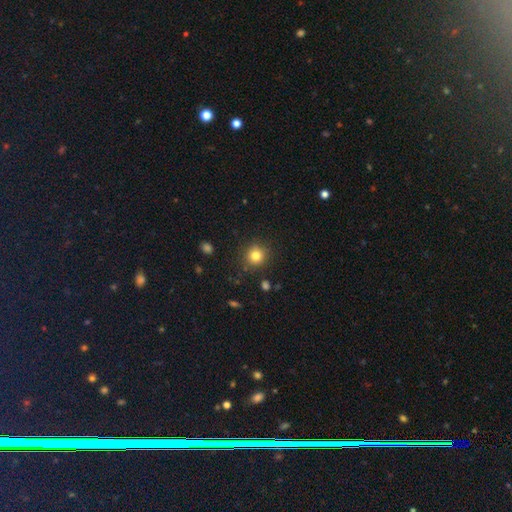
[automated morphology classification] Smooth or featured?
  - smooth: 81% *
  - star or artifact: 12%
  - featured or disk: 7%
How rounded?
  - round: 91% *
  - in between: 8%
  - cigar-shaped: 1%
Merging?
  - none: 87% *
  - minor disturbance: 8%
  - major disturbance: 3%
  - merger: 2%